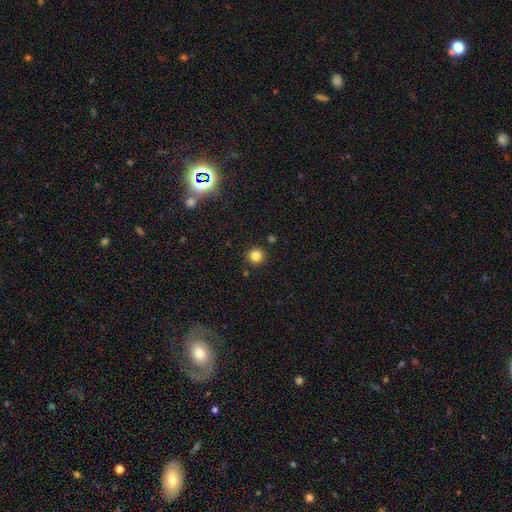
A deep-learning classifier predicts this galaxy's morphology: Smooth or featured: smooth — 83% (star or artifact — 12%)
How rounded: round — 95% (in between — 4%)
Merging: none — 90% (minor disturbance — 5%)